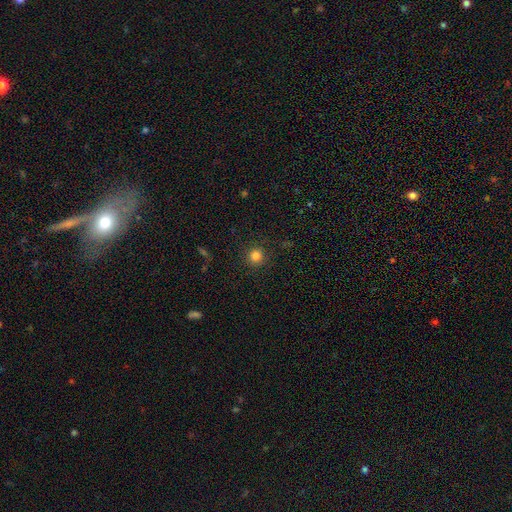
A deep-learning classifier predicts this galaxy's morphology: Smooth or featured: smooth — 83% (star or artifact — 13%)
How rounded: round — 94% (in between — 5%)
Merging: none — 90% (minor disturbance — 7%)